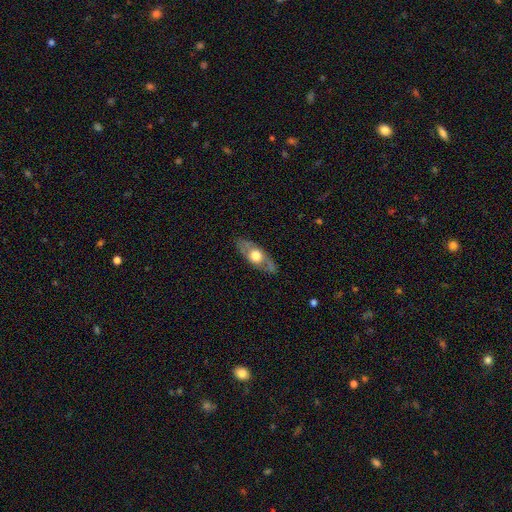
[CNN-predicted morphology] Q: Smooth or featured?
A: featured or disk (55%); runner-up: smooth (39%)
Q: Edge-on disk?
A: yes (51%); runner-up: no (49%)
Q: Merging?
A: none (81%); runner-up: minor disturbance (14%)